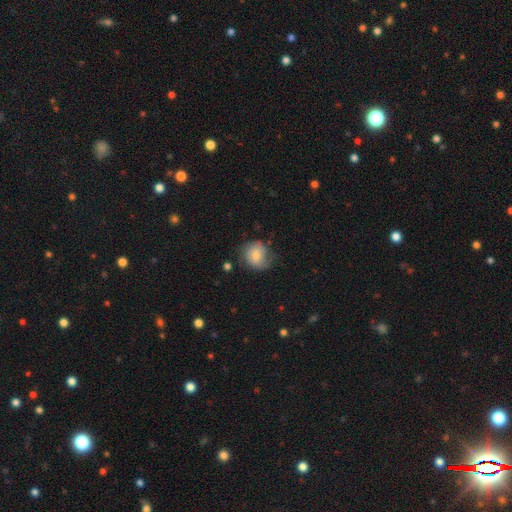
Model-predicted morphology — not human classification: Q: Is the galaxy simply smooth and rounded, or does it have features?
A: smooth — 69%.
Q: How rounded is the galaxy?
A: round — 74%.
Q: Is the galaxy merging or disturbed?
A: none — 57%.